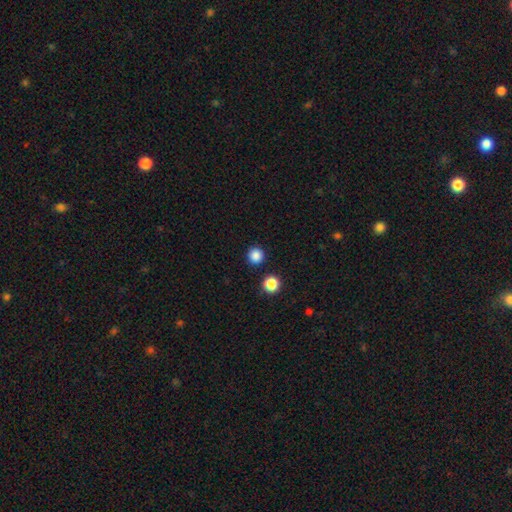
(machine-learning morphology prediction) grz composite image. It shows a smooth galaxy with no disk features (85%) that is round (96%). Merging: none (91%).